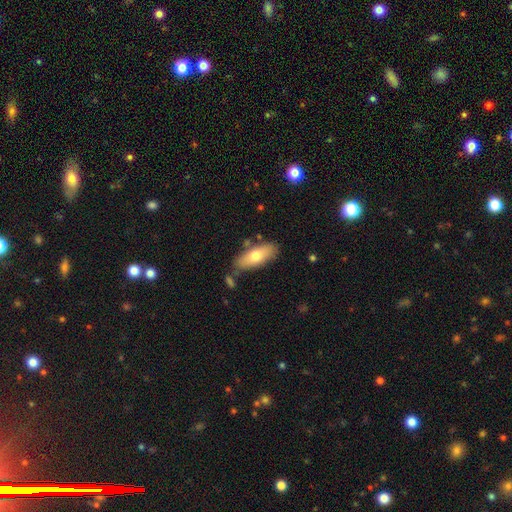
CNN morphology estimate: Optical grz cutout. It shows a smooth galaxy with no disk features (70%) that is in between round and cigar-shaped (75%). Merging: none (77%).